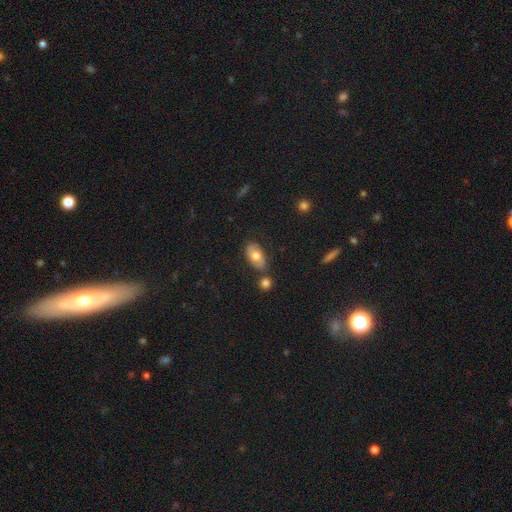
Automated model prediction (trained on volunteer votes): Overall: smooth (63%; featured or disk 29%). How rounded: in between (90%). Merging: none (69%).